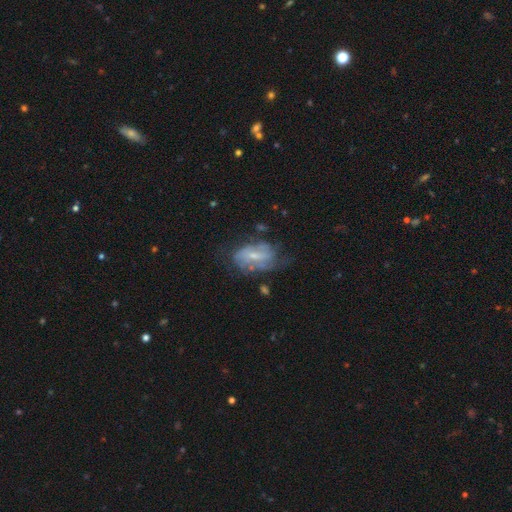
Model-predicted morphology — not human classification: Overall: featured or disk (64%; smooth 28%). Edge-on disk: no (96%). Bar: weak (48%; no 37%). Spiral arms: yes (64%; no 36%). Bulge size: small (59%; moderate 29%). Merging: none (45%; minor disturbance 29%).